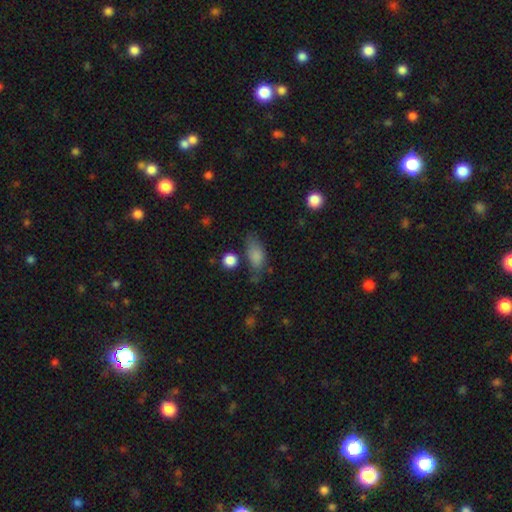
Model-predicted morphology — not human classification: smooth 80%, featured or disk 11%, star or artifact 9%. Down the decision tree: how rounded — in between (81%); merging — none (53%).